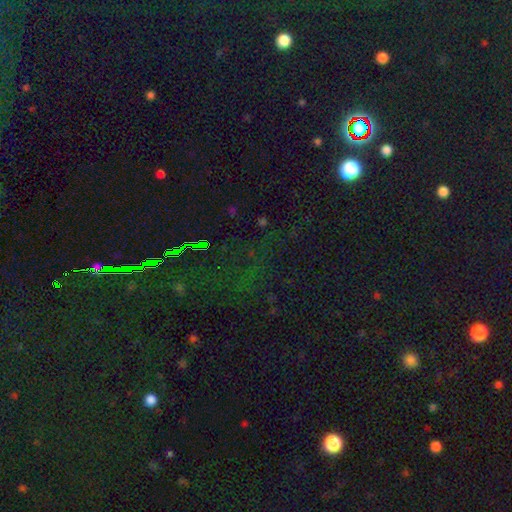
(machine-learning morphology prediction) A star or artifact, not a galaxy (77%).